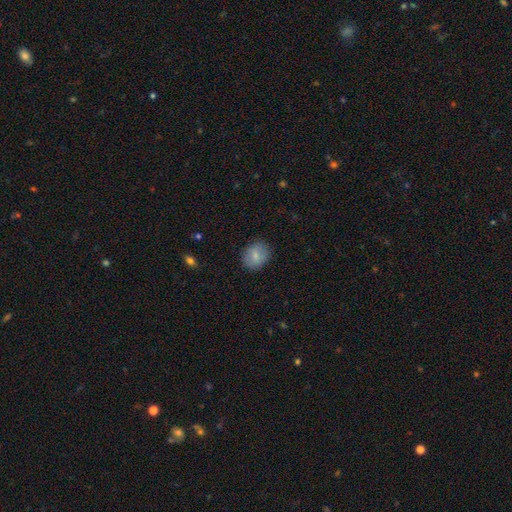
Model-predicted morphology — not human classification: Smooth or featured? smooth (81%)
How rounded? round (54%)
Merging? none (84%)